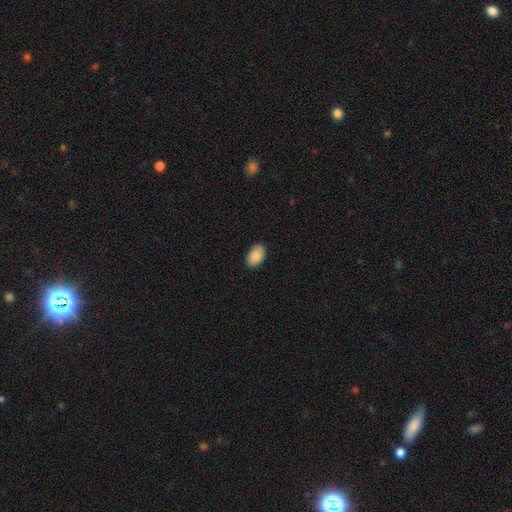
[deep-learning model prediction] A smooth galaxy with no disk features (89%) that is in between round and cigar-shaped (93%).

Vote fractions:
- Smooth or featured? smooth: 89% / star or artifact: 6% / featured or disk: 5%
- How rounded? in between: 93% / round: 6% / cigar-shaped: 1%
- Merging? none: 87% / minor disturbance: 10% / major disturbance: 2% / merger: 1%